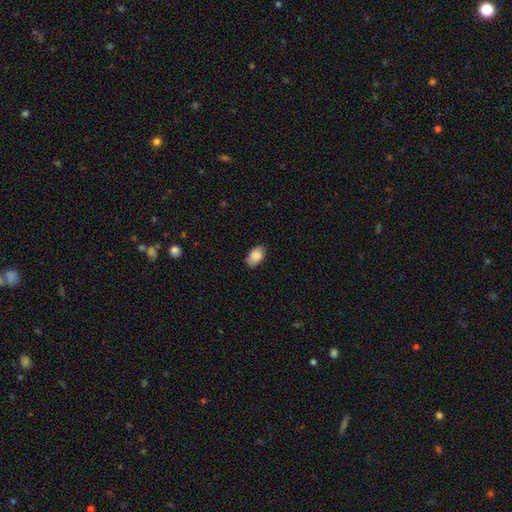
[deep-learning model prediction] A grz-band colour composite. It shows a smooth galaxy with no disk features (87%) that is in between round and cigar-shaped (91%). Merging: none (80%).